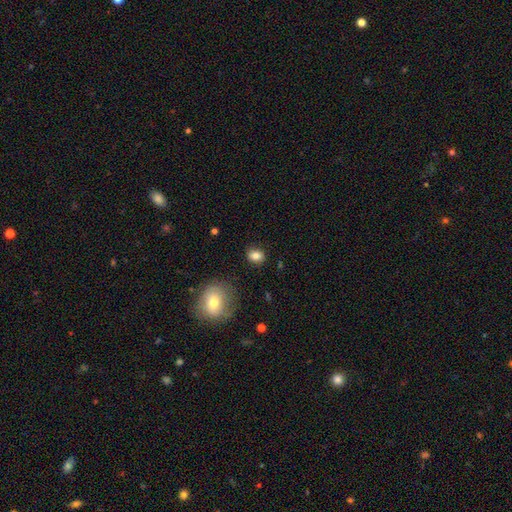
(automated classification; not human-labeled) Q: Smooth or featured?
A: smooth (82%); runner-up: star or artifact (10%)
Q: How rounded?
A: in between (56%); runner-up: round (42%)
Q: Merging?
A: none (85%); runner-up: minor disturbance (11%)